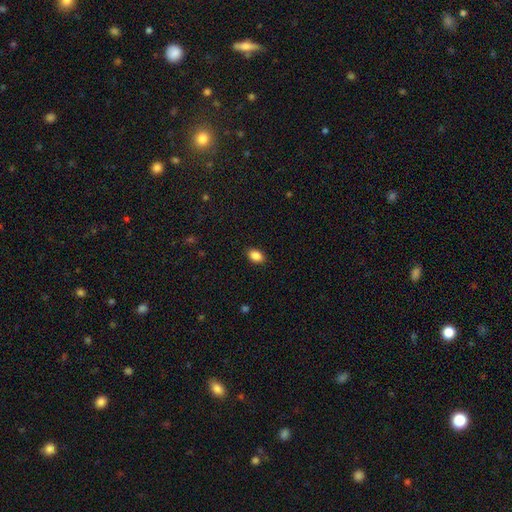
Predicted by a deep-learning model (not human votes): This appears to be a smooth galaxy with no disk features (87%) that is in between round and cigar-shaped (84%). Merging: none (89%).